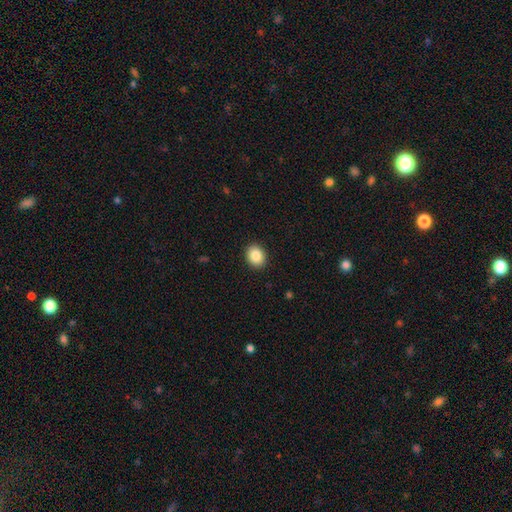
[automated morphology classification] type=smooth (86%); roundness=round (55%); merging=none (91%).